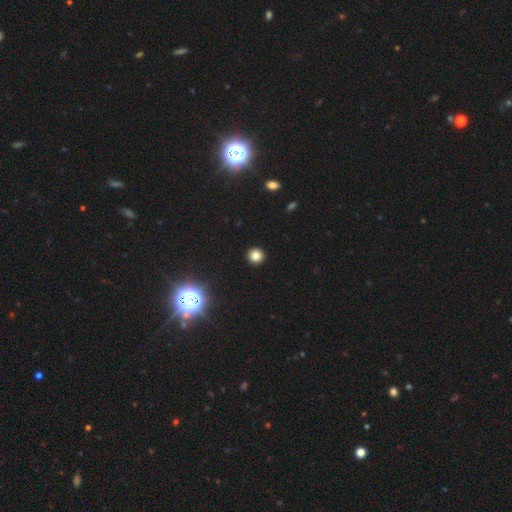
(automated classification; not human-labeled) Overall: smooth (81%). How rounded: round (94%). Merging: none (93%).